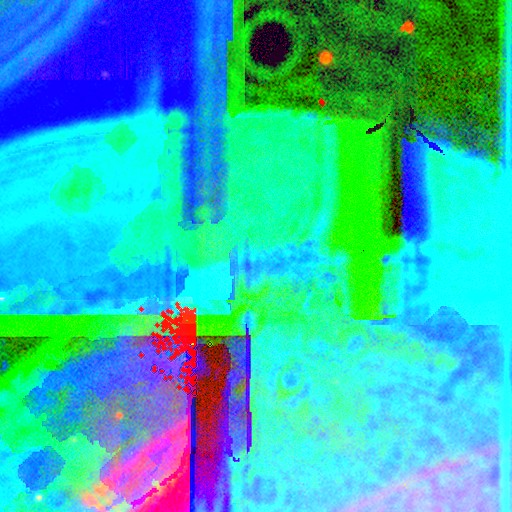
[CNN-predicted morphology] Smooth or featured: star or artifact — 85% (featured or disk — 8%)